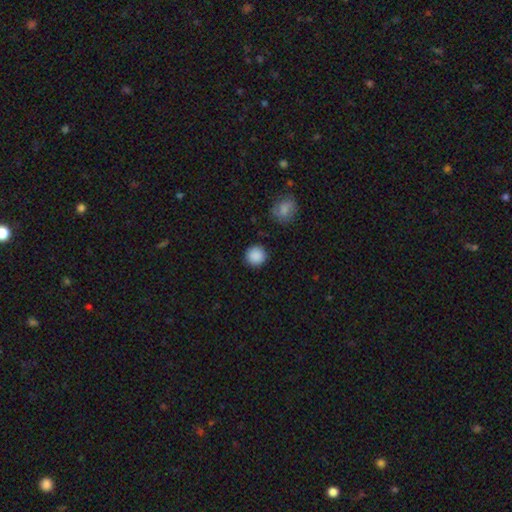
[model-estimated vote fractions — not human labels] smooth_or_featured: smooth (p=0.89) [alt: star or artifact p=0.08]
how_rounded: round (p=0.94) [alt: in between p=0.05]
merging: none (p=0.89) [alt: minor disturbance p=0.07]